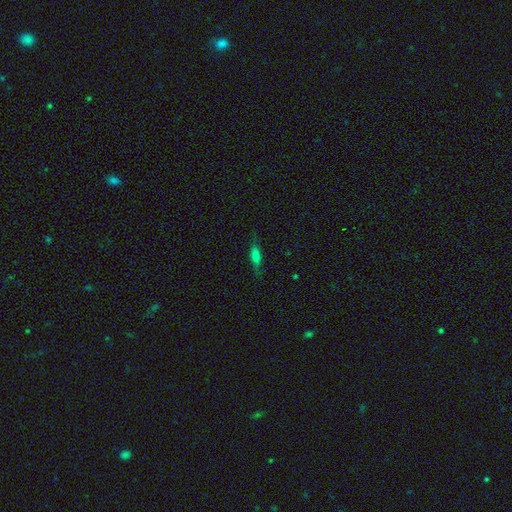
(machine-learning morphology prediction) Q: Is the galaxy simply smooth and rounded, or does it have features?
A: smooth — 61%.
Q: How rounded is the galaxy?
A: cigar-shaped — 53%.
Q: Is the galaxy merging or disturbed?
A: none — 76%.